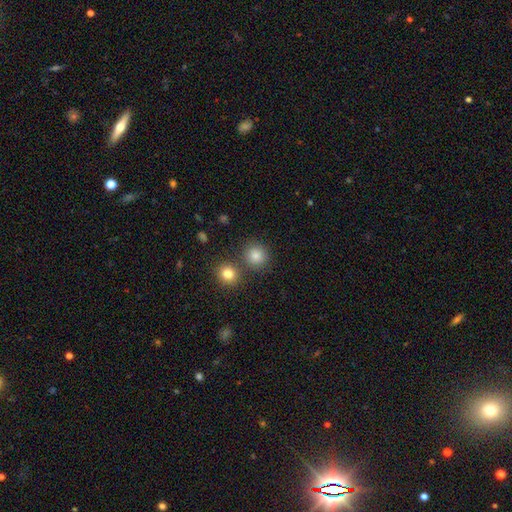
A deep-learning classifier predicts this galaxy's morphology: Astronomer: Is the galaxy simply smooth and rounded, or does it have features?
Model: smooth — 83%.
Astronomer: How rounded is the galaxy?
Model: round — 89%.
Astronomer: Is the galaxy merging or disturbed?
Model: none — 77%.